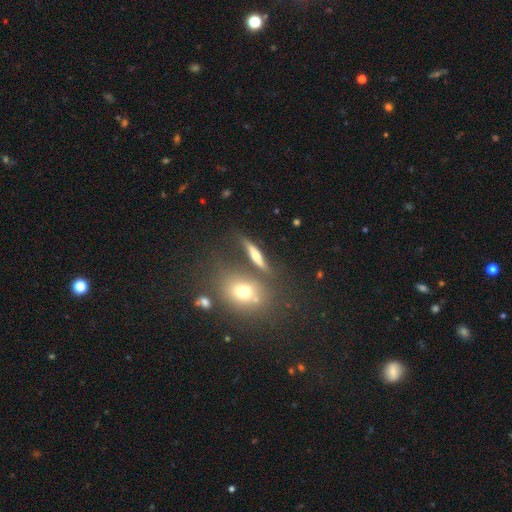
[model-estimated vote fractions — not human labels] Smooth or featured? featured or disk (47%)
Merging? none (68%)